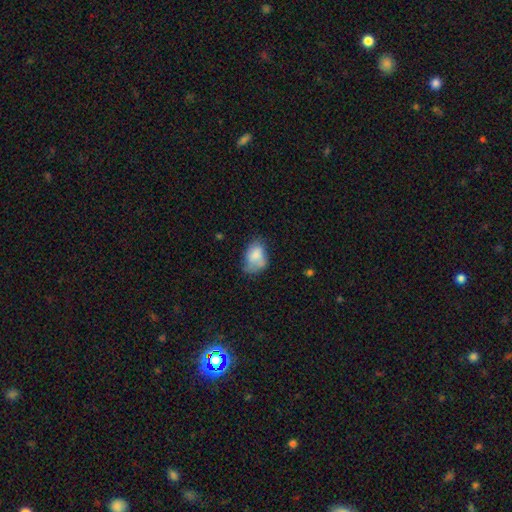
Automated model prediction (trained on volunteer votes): Smooth or featured?
  - smooth: 75% *
  - featured or disk: 17%
  - star or artifact: 9%
How rounded?
  - in between: 81% *
  - round: 18%
  - cigar-shaped: 1%
Merging?
  - none: 42% *
  - minor disturbance: 36%
  - major disturbance: 15%
  - merger: 7%